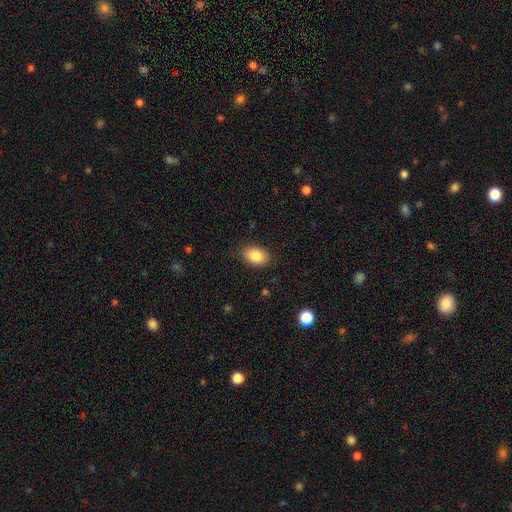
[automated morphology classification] Overall: smooth (86%). How rounded: in between (83%). Merging: none (85%).